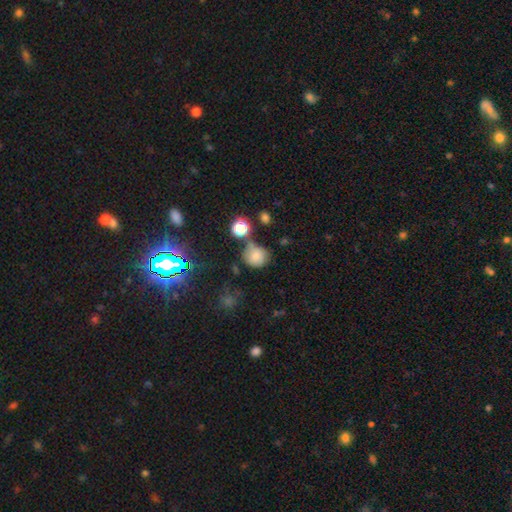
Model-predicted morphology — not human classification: smooth 72%, star or artifact 18%, featured or disk 10%. Down the decision tree: how rounded — round (86%); merging — none (63%).